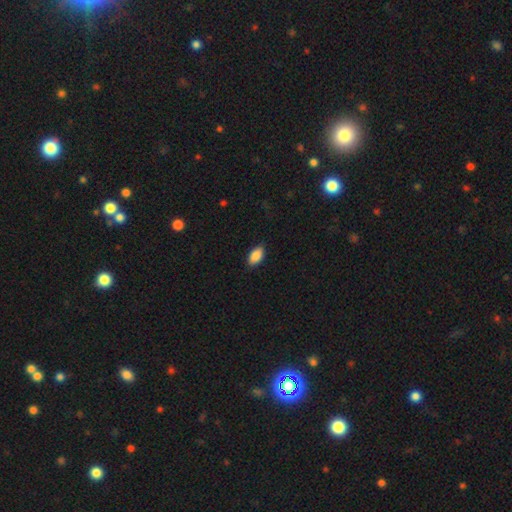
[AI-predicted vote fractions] Q: Smooth or featured?
A: smooth (88%); runner-up: star or artifact (7%)
Q: How rounded?
A: in between (92%); runner-up: round (4%)
Q: Merging?
A: none (85%); runner-up: minor disturbance (12%)